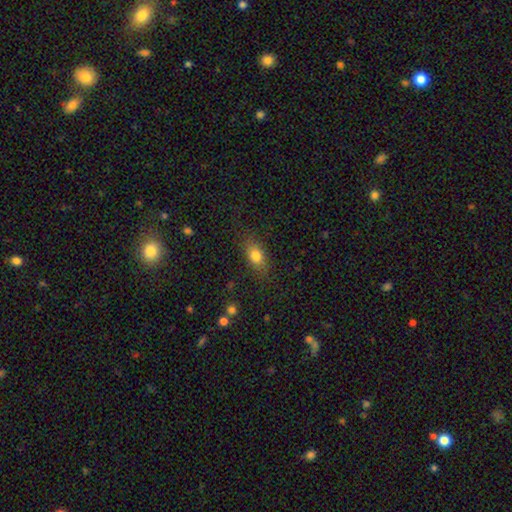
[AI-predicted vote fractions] Q: Smooth or featured?
A: smooth (78%); runner-up: featured or disk (12%)
Q: How rounded?
A: in between (76%); runner-up: round (15%)
Q: Merging?
A: none (78%); runner-up: minor disturbance (15%)